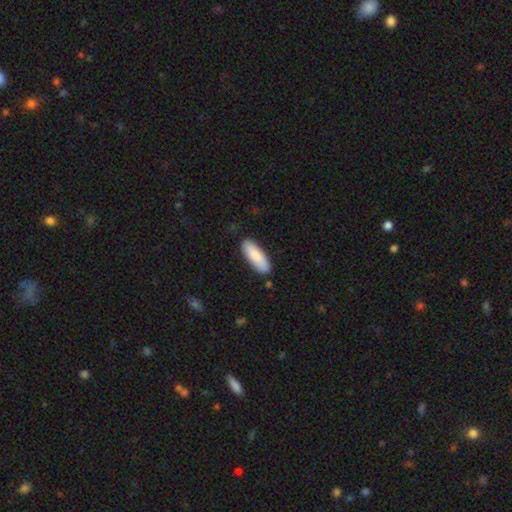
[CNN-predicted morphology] Smooth or featured? Predicted: smooth (p=0.86). How rounded? Predicted: in between (p=0.59). Merging? Predicted: none (p=0.85).